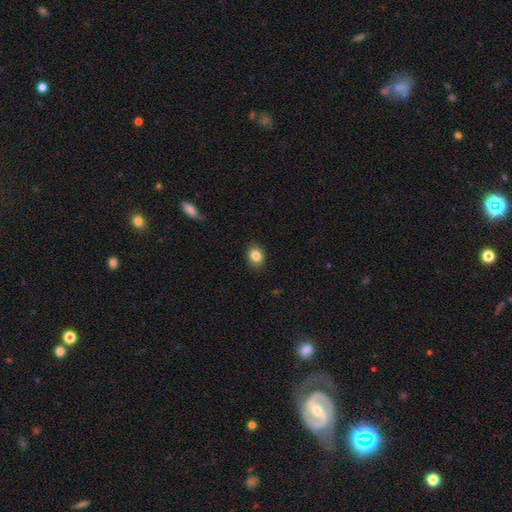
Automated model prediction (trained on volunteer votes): Morphology: type=smooth (84%); roundness=in between (56%); merging=none (85%).